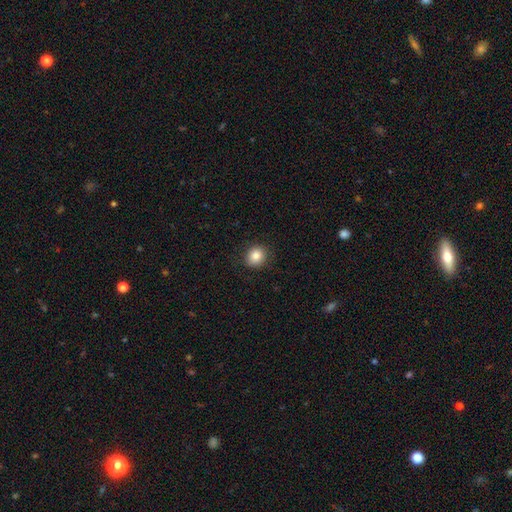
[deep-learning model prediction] smooth 85%, star or artifact 10%, featured or disk 5%. Down the decision tree: how rounded — round (77%); merging — none (89%).